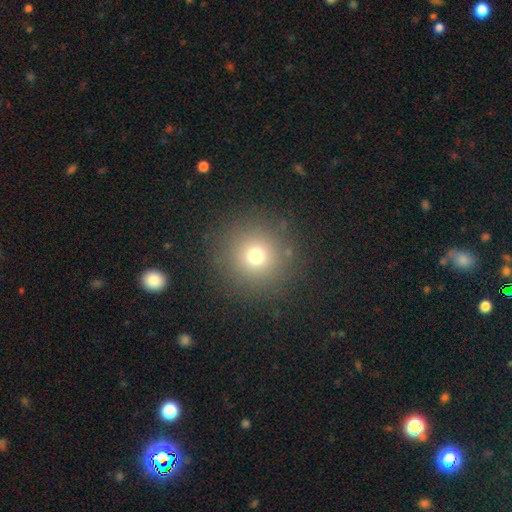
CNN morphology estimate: Smooth or featured? smooth (71%)
How rounded? round (95%)
Merging? none (88%)